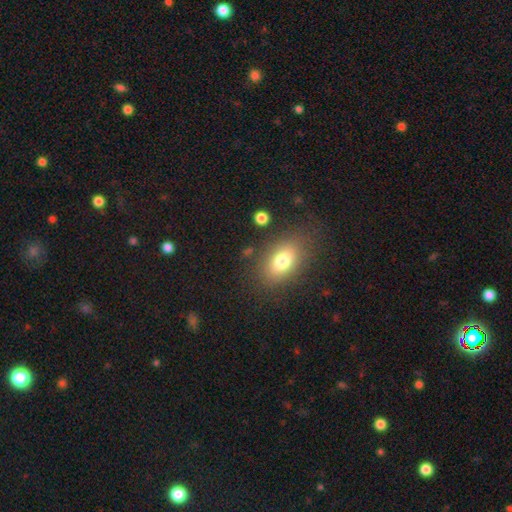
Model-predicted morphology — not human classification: type=smooth (74%); roundness=in between (83%); merging=none (82%).